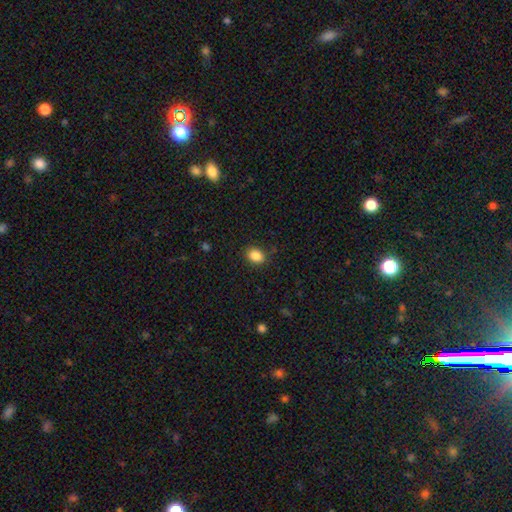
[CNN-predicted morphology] Smooth or featured? smooth (86%)
How rounded? in between (58%)
Merging? none (86%)